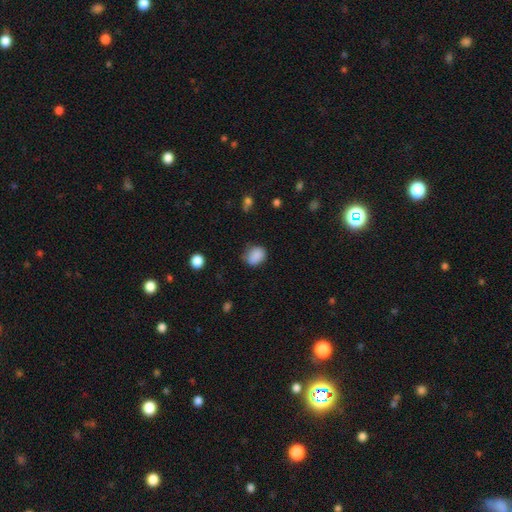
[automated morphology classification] Smooth or featured: smooth — 86% (star or artifact — 9%)
How rounded: in between — 54% (round — 45%)
Merging: none — 67% (minor disturbance — 25%)